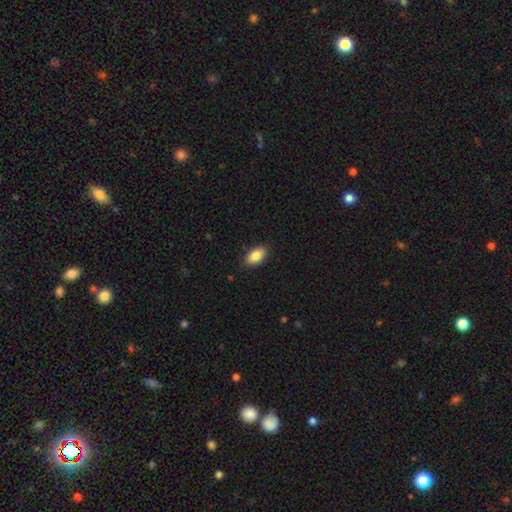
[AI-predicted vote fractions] This appears to be a smooth galaxy with no disk features (86%) that is in between round and cigar-shaped (93%). Merging: none (86%).